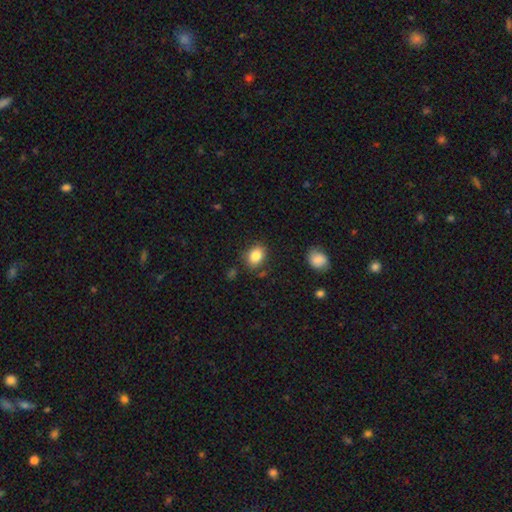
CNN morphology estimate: Smooth or featured?
  - smooth: 85% *
  - star or artifact: 9%
  - featured or disk: 6%
How rounded?
  - in between: 69% *
  - round: 30%
  - cigar-shaped: 1%
Merging?
  - none: 81% *
  - minor disturbance: 13%
  - major disturbance: 3%
  - merger: 3%